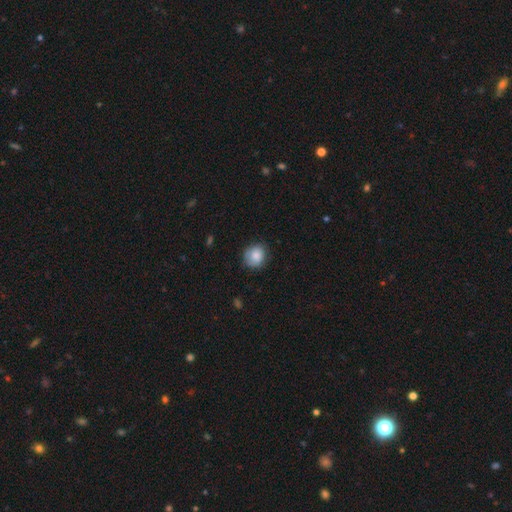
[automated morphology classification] A smooth galaxy with no disk features (83%) that is round (76%). Merging: none (76%).